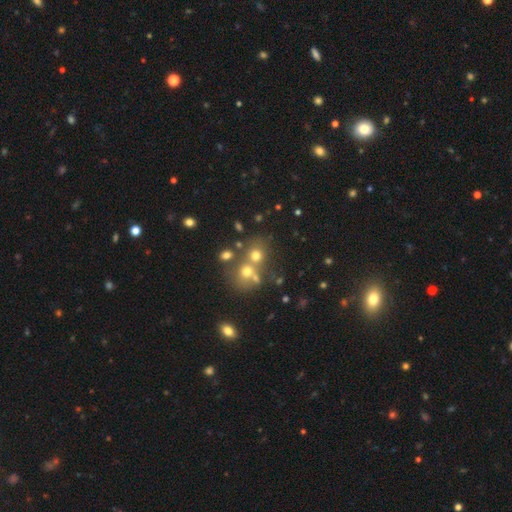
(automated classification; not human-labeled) smooth-or-featured: smooth: 64% | star or artifact: 19% | featured or disk: 17%
  how-rounded: round: 78% | in between: 21% | cigar-shaped: 1%
  merging: none: 44% | merger: 43% | minor disturbance: 8% | major disturbance: 5%